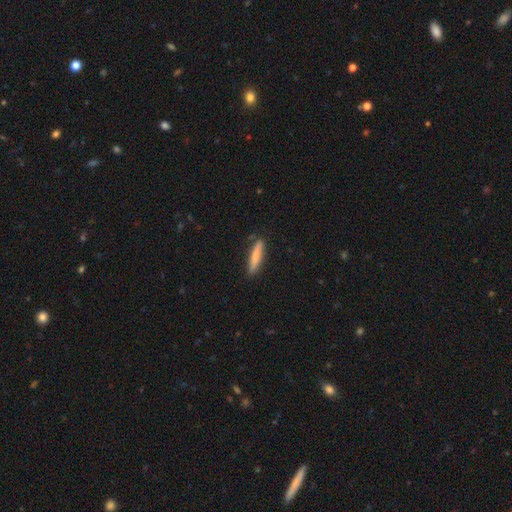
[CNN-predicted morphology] smooth_or_featured: smooth (p=0.75) [alt: featured or disk p=0.20]
how_rounded: cigar-shaped (p=0.90) [alt: in between p=0.08]
merging: none (p=0.85) [alt: minor disturbance p=0.11]